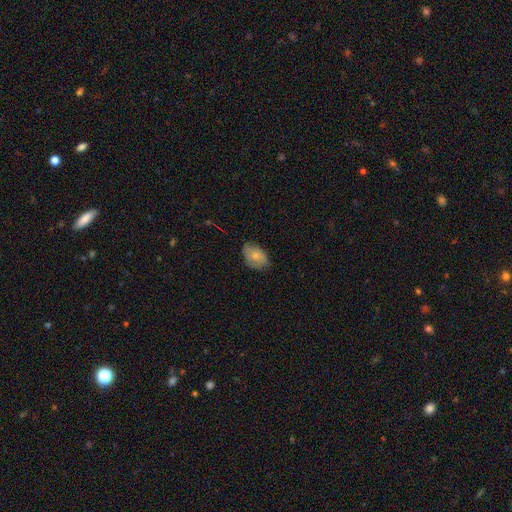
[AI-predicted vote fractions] smooth_or_featured: smooth (p=0.71) [alt: featured or disk p=0.22]
how_rounded: in between (p=0.85) [alt: round p=0.14]
merging: none (p=0.68) [alt: minor disturbance p=0.25]